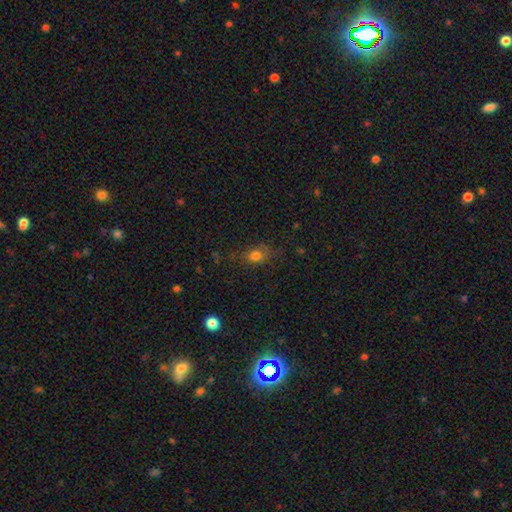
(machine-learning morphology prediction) Smooth or featured?
  - smooth: 76% *
  - star or artifact: 14%
  - featured or disk: 10%
How rounded?
  - in between: 63% *
  - round: 34%
  - cigar-shaped: 2%
Merging?
  - none: 71% *
  - minor disturbance: 19%
  - major disturbance: 7%
  - merger: 2%